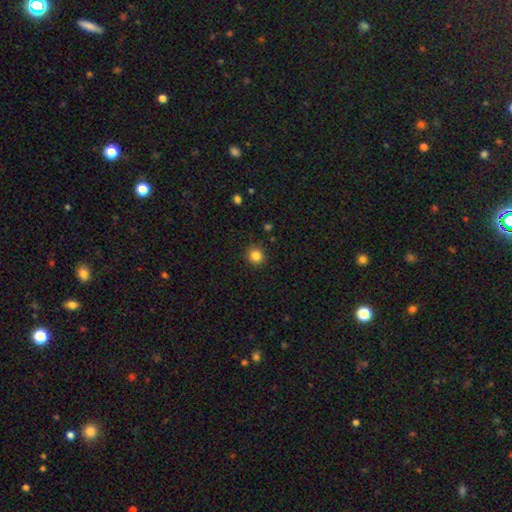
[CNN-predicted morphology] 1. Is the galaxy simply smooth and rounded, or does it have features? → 84% smooth, 12% star or artifact, 4% featured or disk.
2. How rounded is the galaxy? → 90% round, 9% in between, 1% cigar-shaped.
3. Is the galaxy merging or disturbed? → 90% none, 7% minor disturbance, 2% major disturbance, 1% merger.